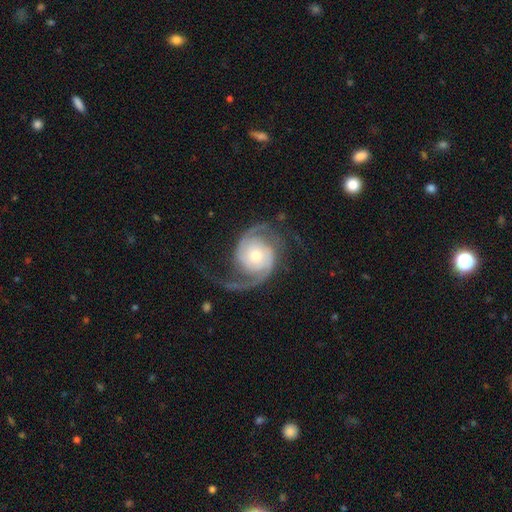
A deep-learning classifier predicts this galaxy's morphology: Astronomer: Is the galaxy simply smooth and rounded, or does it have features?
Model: featured or disk — 90%.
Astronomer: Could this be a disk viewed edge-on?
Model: no — 98%.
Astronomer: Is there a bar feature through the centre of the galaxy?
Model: no — 70%.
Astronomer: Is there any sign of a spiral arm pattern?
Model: yes — 98%.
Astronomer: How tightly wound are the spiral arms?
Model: medium — 47% (runner-up: loose, 28%).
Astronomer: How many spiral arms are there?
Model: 2 — 88%.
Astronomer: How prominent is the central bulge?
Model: moderate — 55% (runner-up: small, 35%).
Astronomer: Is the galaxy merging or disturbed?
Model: none — 68%.